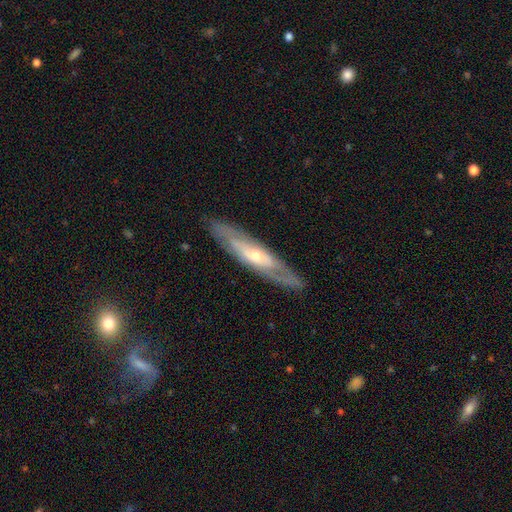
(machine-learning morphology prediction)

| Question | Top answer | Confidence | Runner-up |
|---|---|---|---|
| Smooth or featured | featured or disk | 71% | smooth (24%) |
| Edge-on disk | no | 55% | yes (45%) |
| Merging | none | 85% | minor disturbance (11%) |